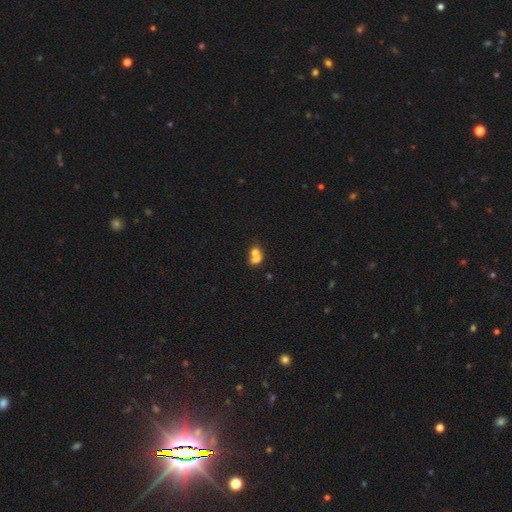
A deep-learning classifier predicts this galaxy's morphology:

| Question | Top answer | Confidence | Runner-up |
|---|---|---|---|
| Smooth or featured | smooth | 68% | featured or disk (21%) |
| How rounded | round | 57% | in between (42%) |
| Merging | merger | 71% | none (20%) |